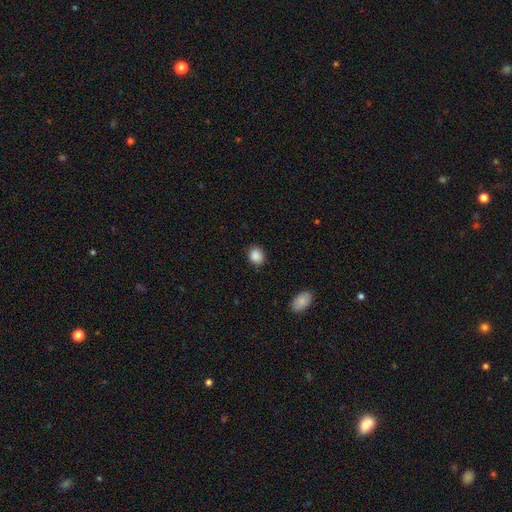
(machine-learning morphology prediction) The model was most divided on "how rounded": round: 65%, in between: 34%, cigar-shaped: 1%. More confident: smooth or featured — smooth (88%); merging — none (85%).